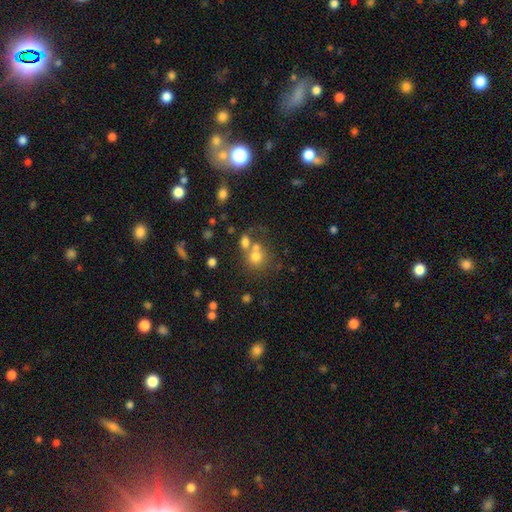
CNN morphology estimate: A smooth galaxy with no disk features (70%) that is round (81%). Merging: none (44%).